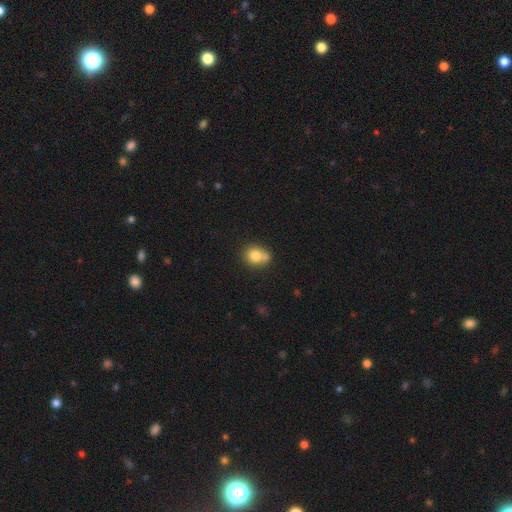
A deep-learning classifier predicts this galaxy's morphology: Smooth or featured? Predicted: smooth (p=0.78). How rounded? Predicted: round (p=0.68). Merging? Predicted: none (p=0.49).